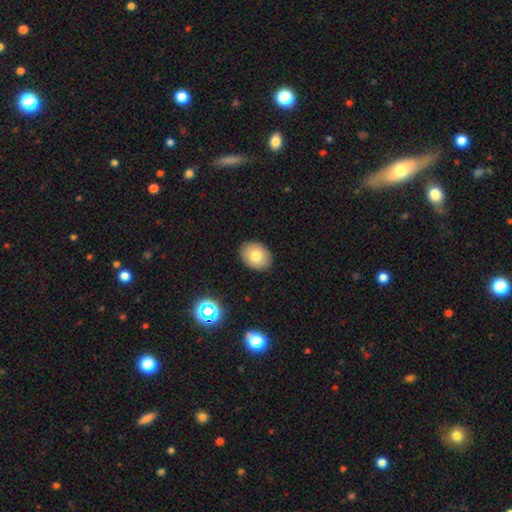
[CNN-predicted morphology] A smooth galaxy with no disk features (78%) that is in between round and cigar-shaped (65%).

Vote fractions:
- Smooth or featured? smooth: 78% / featured or disk: 13% / star or artifact: 9%
- How rounded? in between: 65% / round: 34% / cigar-shaped: 1%
- Merging? none: 90% / minor disturbance: 7% / major disturbance: 2% / merger: 1%